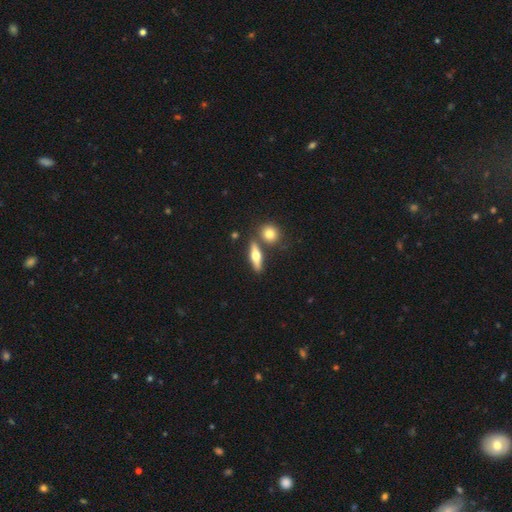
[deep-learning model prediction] Smooth or featured: smooth — 49% (featured or disk — 45%)
Merging: none — 74% (merger — 15%)